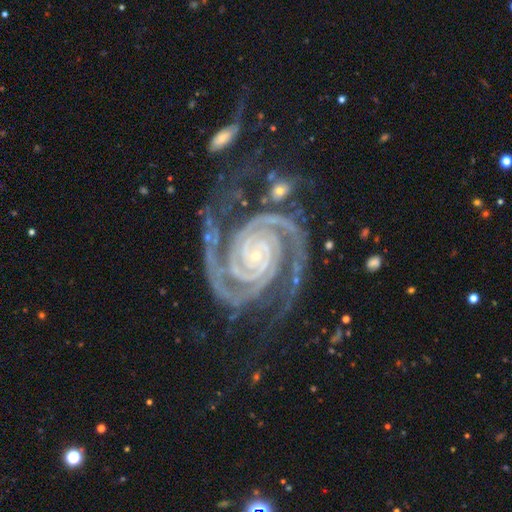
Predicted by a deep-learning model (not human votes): Morphology: type=featured or disk (94%); edge-on=no (98%); bar=no (67%); spiral arms=yes (99%); winding=tight (79%); arm count=2 (86%); bulge=small (87%); merging=none (62%).